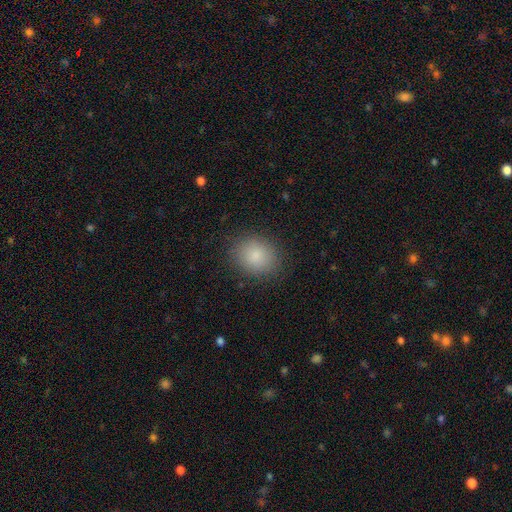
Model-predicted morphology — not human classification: This appears to be a smooth galaxy with no disk features (85%) that is round (62%). Merging: none (87%).